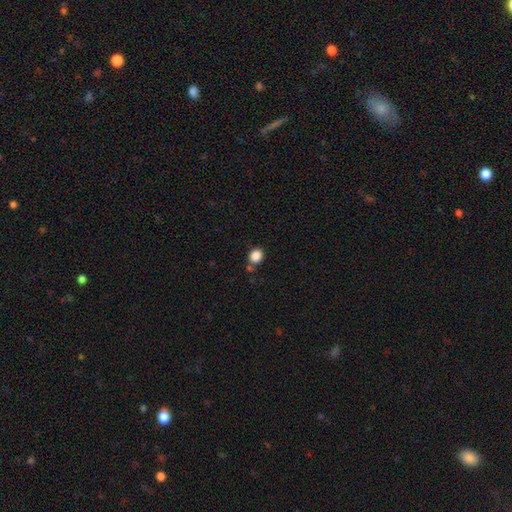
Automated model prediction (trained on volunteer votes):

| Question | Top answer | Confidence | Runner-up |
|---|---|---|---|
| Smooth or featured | smooth | 86% | star or artifact (10%) |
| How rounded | round | 65% | in between (34%) |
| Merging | none | 72% | minor disturbance (14%) |